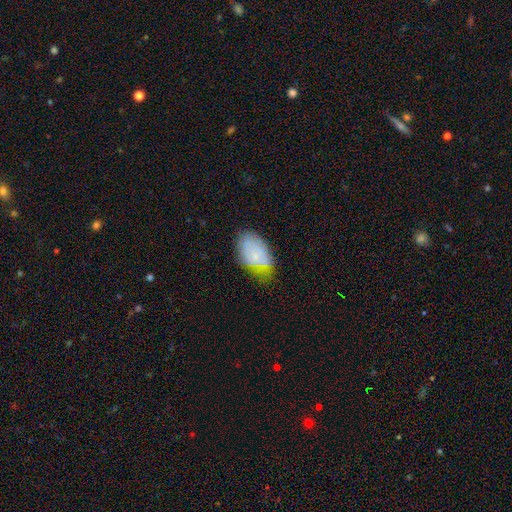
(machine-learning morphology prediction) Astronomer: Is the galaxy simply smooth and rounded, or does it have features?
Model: smooth — 59%.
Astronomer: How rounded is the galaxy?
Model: in between — 91%.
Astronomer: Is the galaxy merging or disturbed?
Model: none — 54% (runner-up: minor disturbance, 33%).